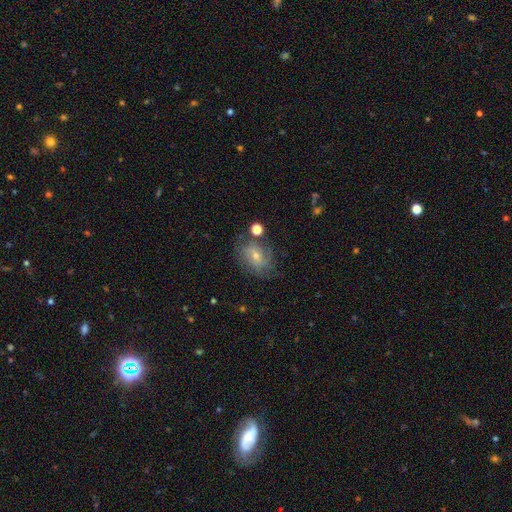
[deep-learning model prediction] Overall: featured or disk (48%; smooth 41%). Merging: none (60%; minor disturbance 21%).